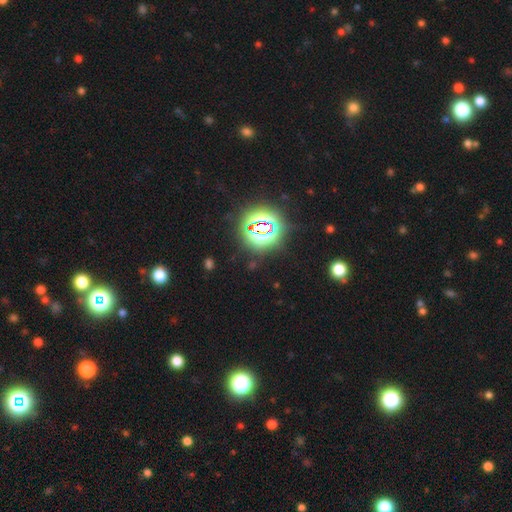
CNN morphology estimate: star or artifact 80%, smooth 14%, featured or disk 6%.